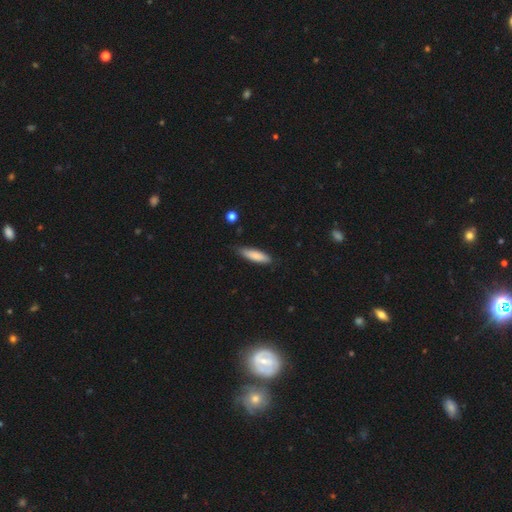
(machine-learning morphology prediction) This is clearly a smooth galaxy (82%). How rounded: likely cigar-shaped (64%). Merging: likely none (78%).